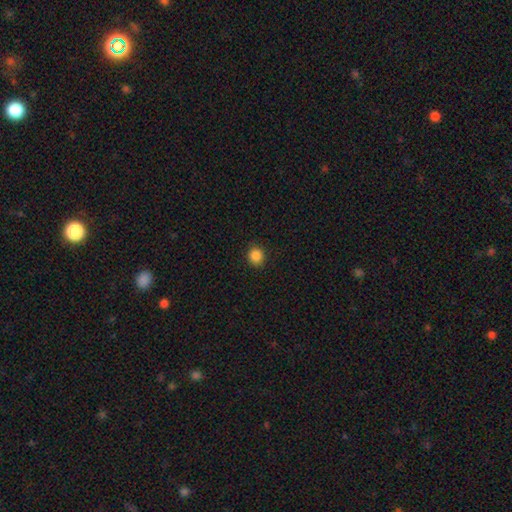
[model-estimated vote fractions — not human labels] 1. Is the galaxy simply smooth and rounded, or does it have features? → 86% smooth, 11% star or artifact, 3% featured or disk.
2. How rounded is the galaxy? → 87% round, 12% in between, 1% cigar-shaped.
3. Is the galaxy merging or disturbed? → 91% none, 6% minor disturbance, 2% major disturbance, 1% merger.